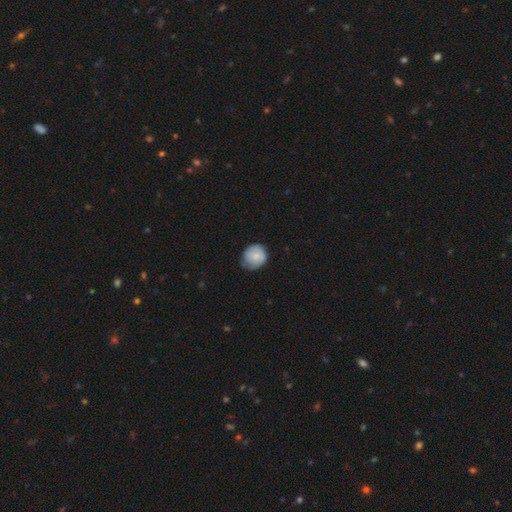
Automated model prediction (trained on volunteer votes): Overall: smooth (69%). How rounded: round (81%). Merging: none (62%; minor disturbance 31%).